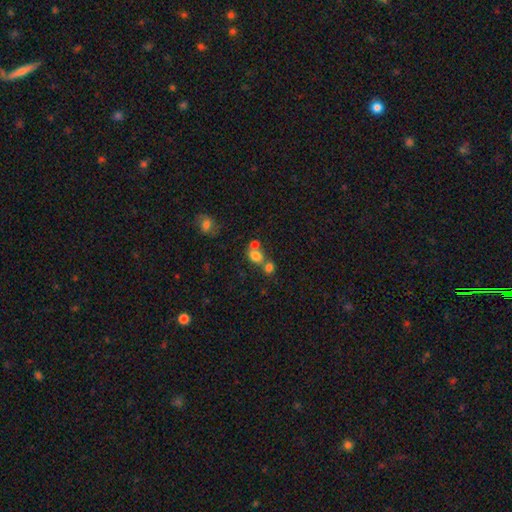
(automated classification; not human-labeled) A smooth galaxy with no disk features (76%) that is round (54%). Merging: merger (47%).